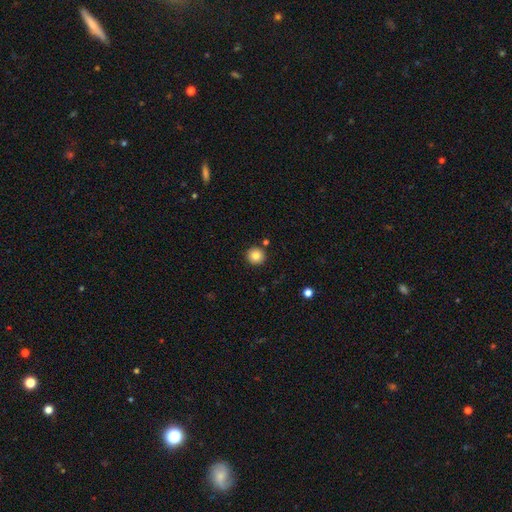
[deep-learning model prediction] Q: Smooth or featured?
A: smooth (84%); runner-up: star or artifact (10%)
Q: How rounded?
A: round (95%); runner-up: in between (4%)
Q: Merging?
A: none (90%); runner-up: minor disturbance (6%)